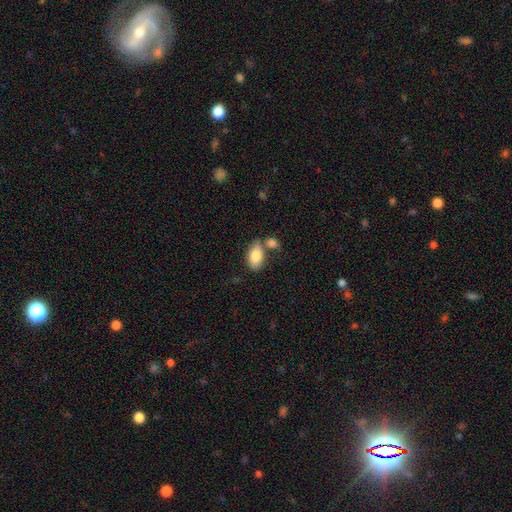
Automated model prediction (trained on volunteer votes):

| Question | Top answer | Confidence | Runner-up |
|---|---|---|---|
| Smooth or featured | smooth | 84% | featured or disk (10%) |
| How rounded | in between | 93% | round (5%) |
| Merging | none | 55% | merger (26%) |